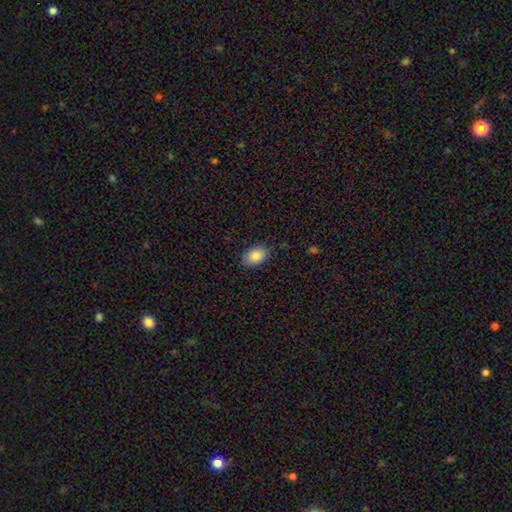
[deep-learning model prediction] Q: Smooth or featured?
A: smooth (87%); runner-up: star or artifact (7%)
Q: How rounded?
A: in between (88%); runner-up: round (11%)
Q: Merging?
A: none (83%); runner-up: minor disturbance (14%)